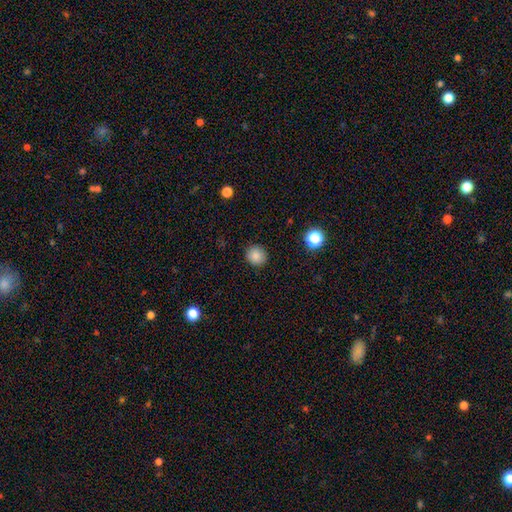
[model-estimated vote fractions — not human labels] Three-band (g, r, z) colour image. It shows a smooth galaxy with no disk features (86%) that is round (85%). Merging: none (90%).